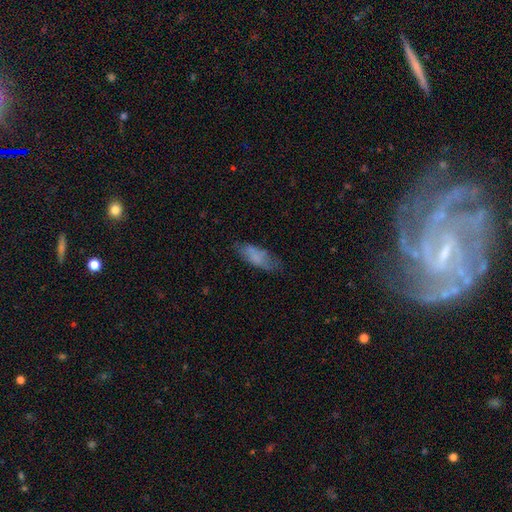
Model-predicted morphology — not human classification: A smooth galaxy with no disk features (74%) that is in between round and cigar-shaped (70%).

Vote fractions:
- Smooth or featured? smooth: 74% / featured or disk: 19% / star or artifact: 8%
- How rounded? in between: 70% / cigar-shaped: 28% / round: 2%
- Merging? none: 65% / minor disturbance: 24% / major disturbance: 9% / merger: 2%